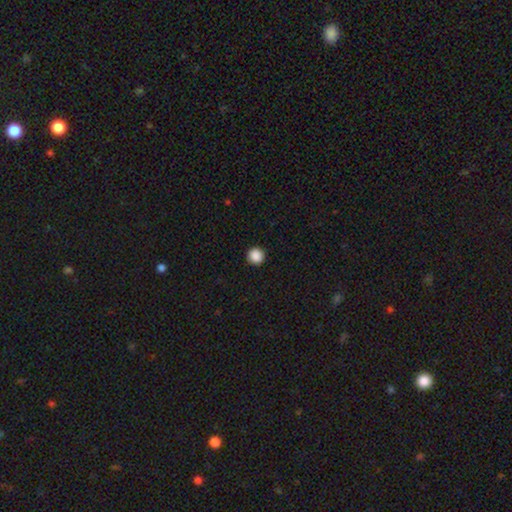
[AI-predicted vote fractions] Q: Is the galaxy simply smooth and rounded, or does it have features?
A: smooth — 89%.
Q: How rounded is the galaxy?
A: round — 95%.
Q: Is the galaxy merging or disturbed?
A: none — 93%.